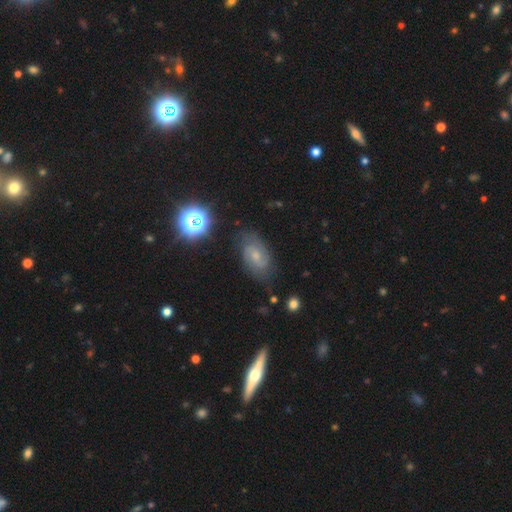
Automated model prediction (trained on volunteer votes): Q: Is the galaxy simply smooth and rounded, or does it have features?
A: featured or disk — 64%.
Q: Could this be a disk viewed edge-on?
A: no — 96%.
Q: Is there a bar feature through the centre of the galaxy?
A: weak — 48%.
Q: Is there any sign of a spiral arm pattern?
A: yes — 91%.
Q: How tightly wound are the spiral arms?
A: medium — 44%.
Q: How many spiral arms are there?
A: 2 — 73%.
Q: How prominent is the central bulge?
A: small — 47%.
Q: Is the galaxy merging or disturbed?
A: none — 74%.